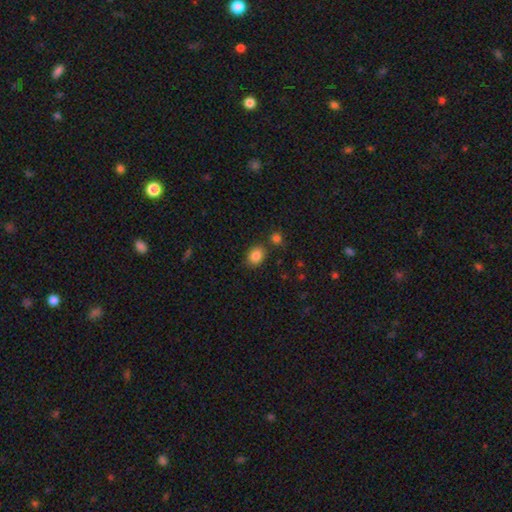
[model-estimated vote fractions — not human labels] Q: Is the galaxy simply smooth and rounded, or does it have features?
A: smooth — 84%.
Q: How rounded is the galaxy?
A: in between — 59%.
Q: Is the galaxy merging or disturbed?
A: none — 79%.